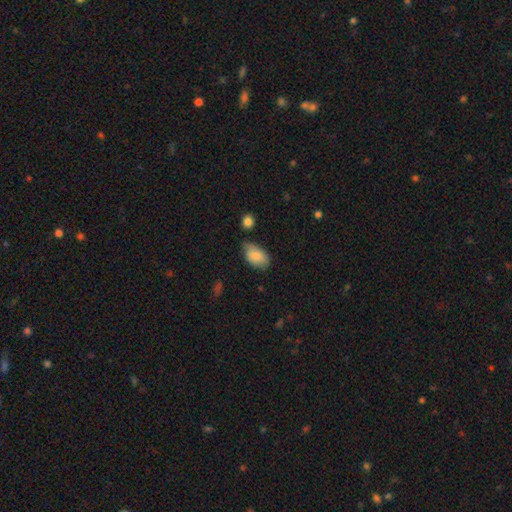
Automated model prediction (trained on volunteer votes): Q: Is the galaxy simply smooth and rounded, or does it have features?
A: smooth — 82%.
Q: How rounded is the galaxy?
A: in between — 93%.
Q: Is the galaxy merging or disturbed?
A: none — 57%.